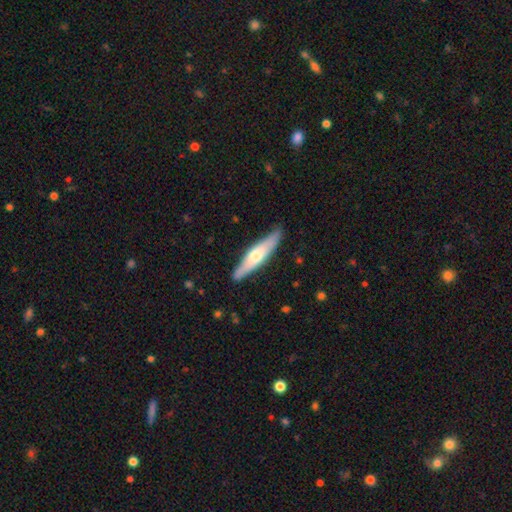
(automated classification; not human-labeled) This appears to be a featured or disk galaxy (48%). Merging: none (86%).